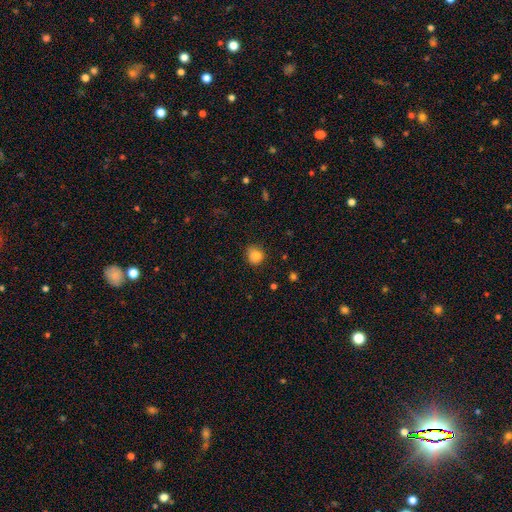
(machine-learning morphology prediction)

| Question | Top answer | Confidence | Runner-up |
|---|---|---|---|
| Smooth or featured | smooth | 84% | star or artifact (11%) |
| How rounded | round | 80% | in between (19%) |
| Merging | none | 77% | minor disturbance (17%) |